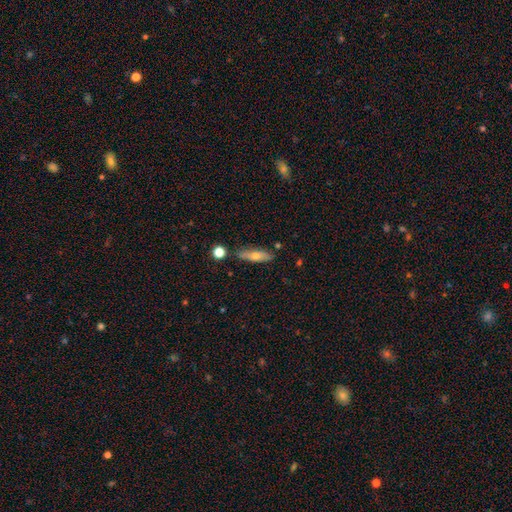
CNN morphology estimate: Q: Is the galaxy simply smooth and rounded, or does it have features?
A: smooth — 65%.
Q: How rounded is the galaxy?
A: cigar-shaped — 59%.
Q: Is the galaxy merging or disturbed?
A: none — 79%.